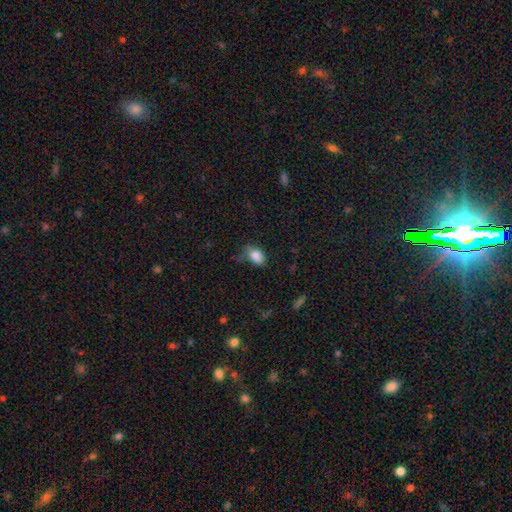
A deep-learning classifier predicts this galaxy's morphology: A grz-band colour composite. It shows a smooth galaxy with no disk features (82%) that is in between round and cigar-shaped (85%). Merging: none (46%).